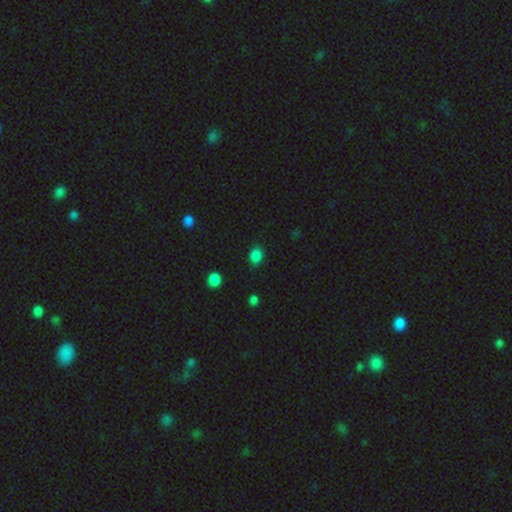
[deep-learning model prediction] Q: Smooth or featured?
A: smooth (83%); runner-up: star or artifact (14%)
Q: How rounded?
A: in between (56%); runner-up: round (43%)
Q: Merging?
A: none (83%); runner-up: minor disturbance (12%)